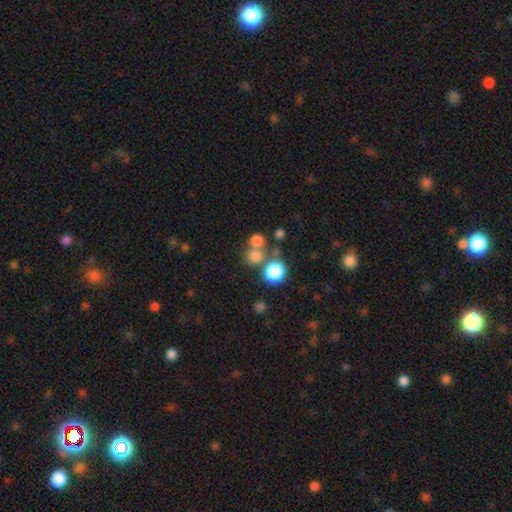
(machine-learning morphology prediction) smooth_or_featured: smooth (p=0.75) [alt: star or artifact p=0.18]
how_rounded: round (p=0.85) [alt: in between p=0.14]
merging: none (p=0.57) [alt: merger p=0.31]